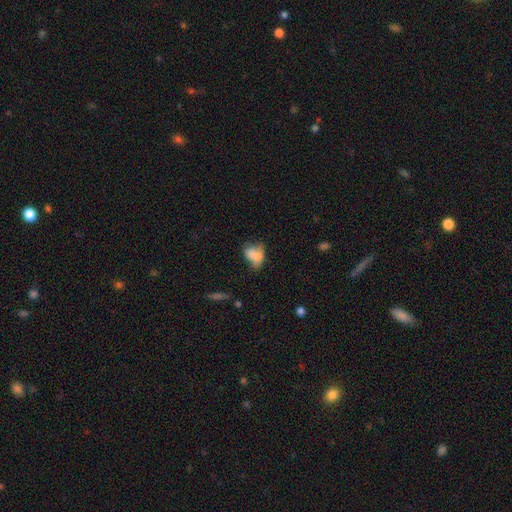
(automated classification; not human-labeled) smooth-or-featured: smooth: 72% | featured or disk: 17% | star or artifact: 11%
  how-rounded: in between: 79% | round: 19% | cigar-shaped: 2%
  merging: minor disturbance: 34% | none: 33% | major disturbance: 25% | merger: 8%